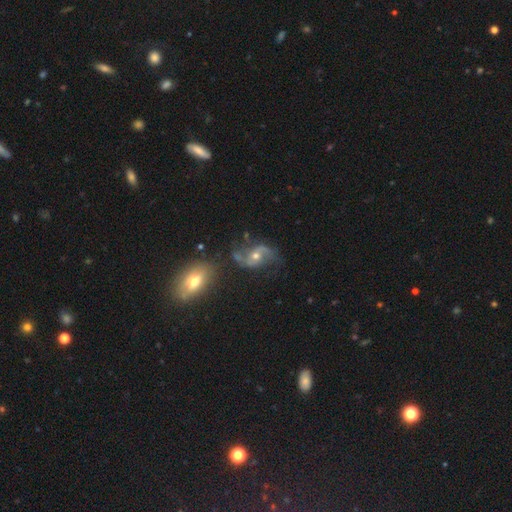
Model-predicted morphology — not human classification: A featured or disk galaxy (81%) with no bar (58%), 2 (90%) loose (66%) spiral arms (91%) and a moderate central bulge (61%). Merging: none (56%).